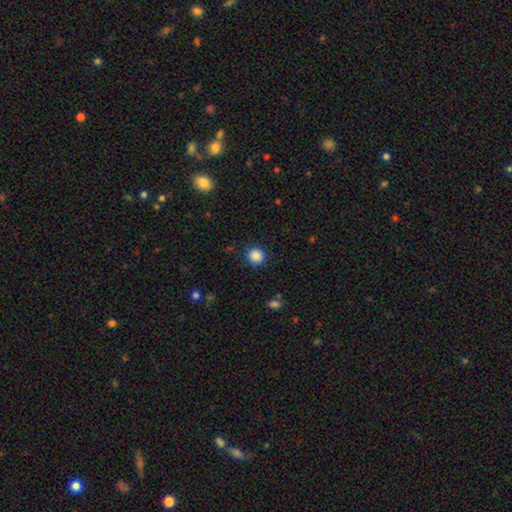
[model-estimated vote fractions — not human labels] Smooth or featured? Predicted: smooth (p=0.87). How rounded? Predicted: round (p=0.88). Merging? Predicted: none (p=0.89).